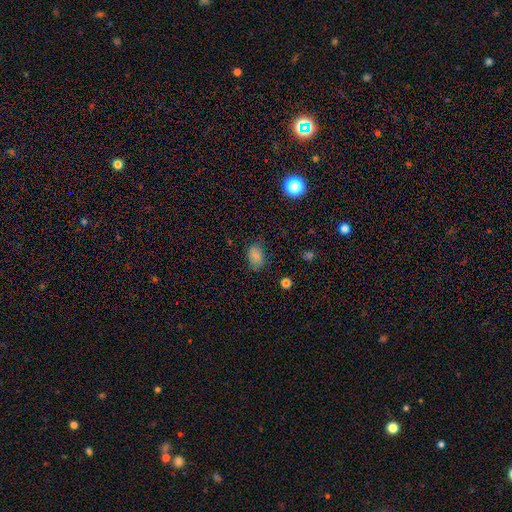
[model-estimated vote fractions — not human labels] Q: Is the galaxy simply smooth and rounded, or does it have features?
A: smooth — 75%.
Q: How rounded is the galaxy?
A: in between — 81%.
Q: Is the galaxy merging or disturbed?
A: none — 71%.